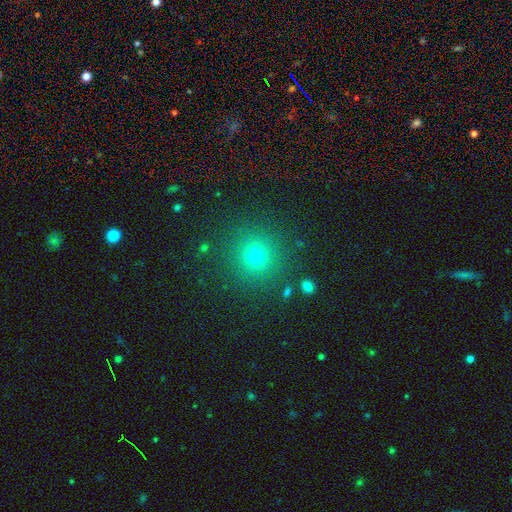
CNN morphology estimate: Smooth or featured?
  - smooth: 71% *
  - star or artifact: 20%
  - featured or disk: 8%
How rounded?
  - round: 92% *
  - in between: 7%
  - cigar-shaped: 1%
Merging?
  - none: 85% *
  - minor disturbance: 8%
  - merger: 4%
  - major disturbance: 3%